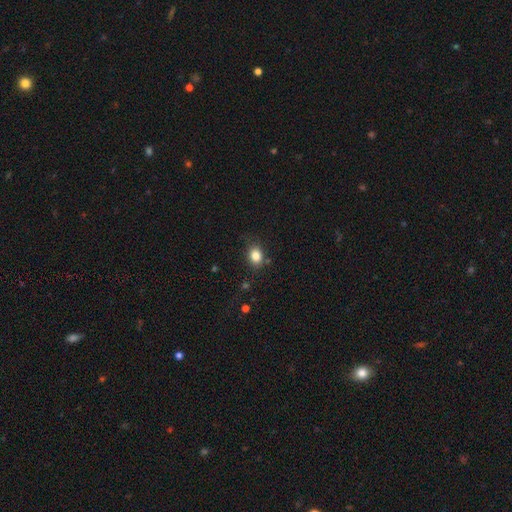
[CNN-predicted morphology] A smooth galaxy with no disk features (84%) that is in between round and cigar-shaped (58%). Merging: none (79%).